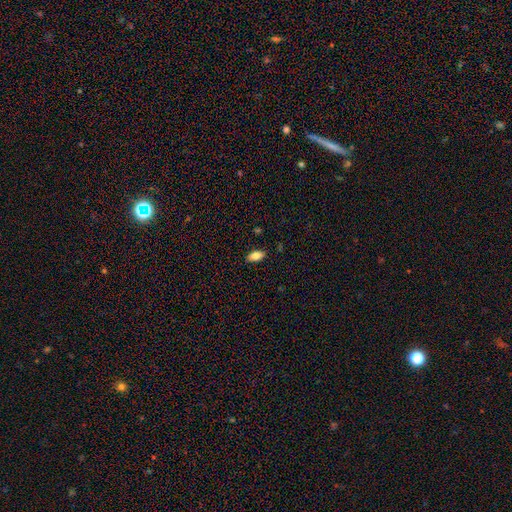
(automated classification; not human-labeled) The model was most divided on "smooth or featured": smooth: 82%, featured or disk: 10%, star or artifact: 8%. More confident: how rounded — in between (90%); merging — none (86%).